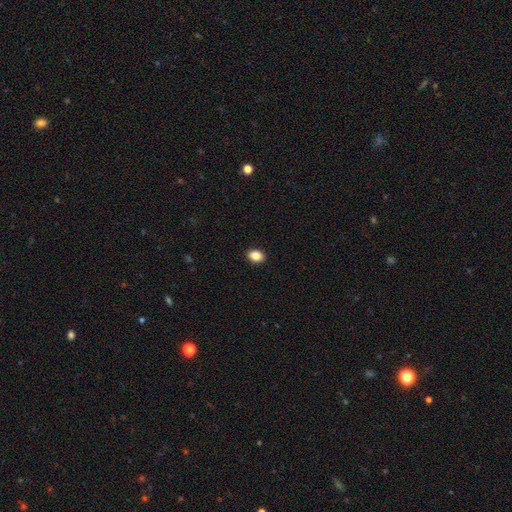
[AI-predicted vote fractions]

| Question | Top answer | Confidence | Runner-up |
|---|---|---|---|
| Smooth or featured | smooth | 86% | star or artifact (9%) |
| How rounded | in between | 63% | round (36%) |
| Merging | none | 91% | minor disturbance (6%) |